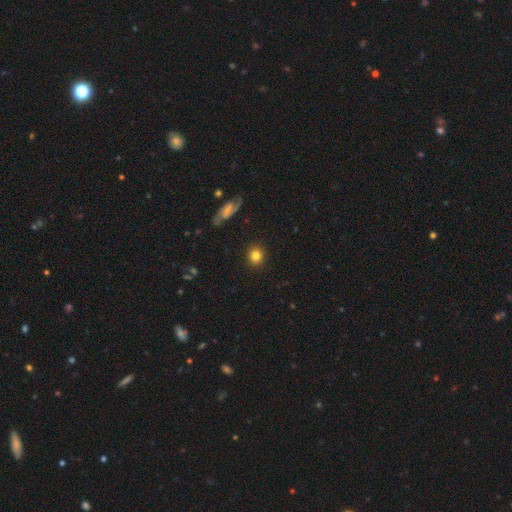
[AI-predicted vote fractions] This is clearly a smooth galaxy (81%). How rounded: clearly round (85%). Merging: clearly none (90%).